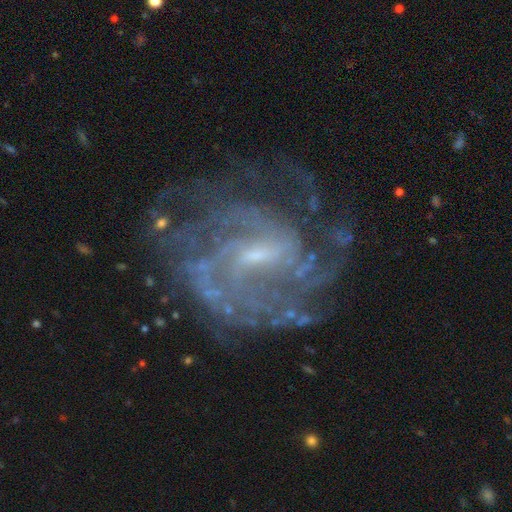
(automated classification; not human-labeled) smooth_or_featured: featured or disk (p=0.87) [alt: star or artifact p=0.08]
disk_edge_on: no (p=0.98) [alt: yes p=0.02]
bar: weak (p=0.59) [alt: no p=0.22]
has_spiral_arms: yes (p=0.94) [alt: no p=0.06]
spiral_winding: tight (p=0.52) [alt: medium p=0.37]
spiral_arm_count: can't tell (p=0.35) [alt: 4 p=0.19]
bulge_size: small (p=0.64) [alt: moderate p=0.24]
merging: none (p=0.68) [alt: minor disturbance p=0.17]